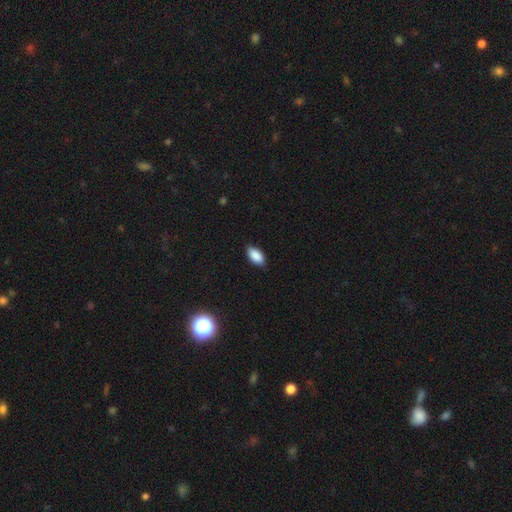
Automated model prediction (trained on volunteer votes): Smooth or featured? smooth (89%)
How rounded? in between (93%)
Merging? none (84%)